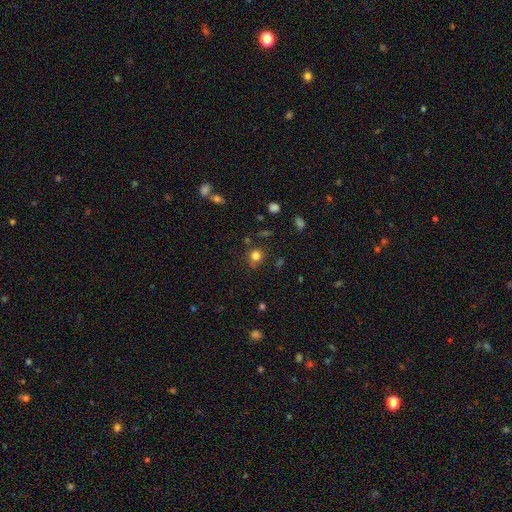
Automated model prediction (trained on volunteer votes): Overall: smooth (79%). How rounded: round (84%). Merging: none (74%).